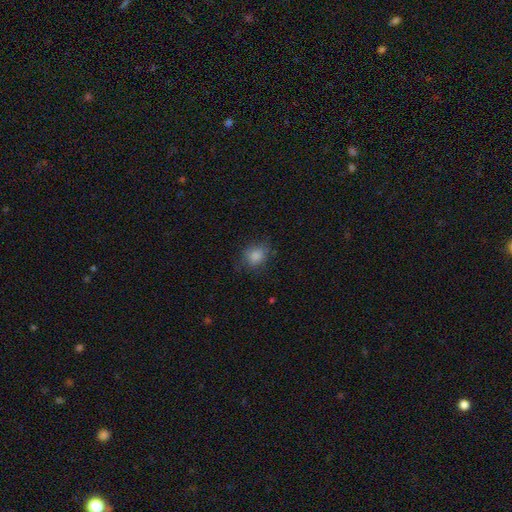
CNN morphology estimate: Smooth or featured? smooth (84%)
How rounded? round (62%)
Merging? none (72%)